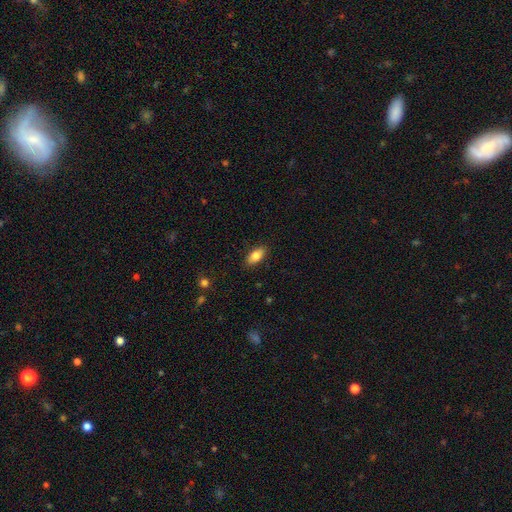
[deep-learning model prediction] This is clearly a smooth galaxy (83%). How rounded: clearly in between (89%). Merging: clearly none (88%).